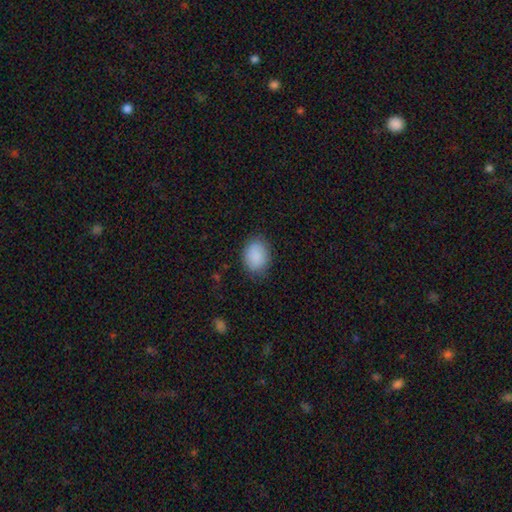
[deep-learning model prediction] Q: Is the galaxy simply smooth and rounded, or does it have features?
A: smooth — 89%.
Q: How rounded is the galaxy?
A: in between — 67%.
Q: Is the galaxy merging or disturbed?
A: none — 82%.